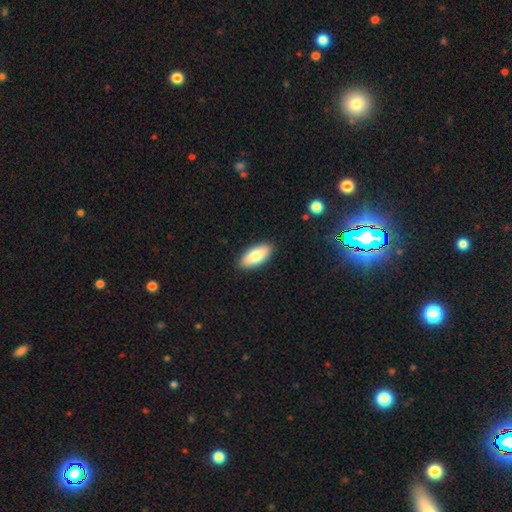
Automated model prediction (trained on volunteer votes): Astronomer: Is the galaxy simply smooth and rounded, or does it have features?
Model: smooth — 80%.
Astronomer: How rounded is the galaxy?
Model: in between — 86%.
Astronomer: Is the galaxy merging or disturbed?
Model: none — 89%.